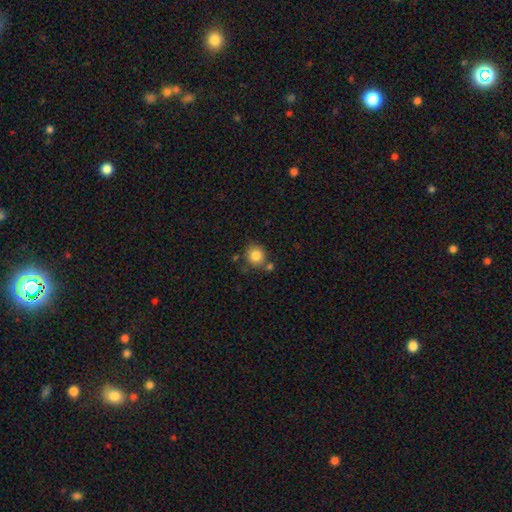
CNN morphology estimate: Smooth or featured? Predicted: smooth (p=0.82). How rounded? Predicted: round (p=0.85). Merging? Predicted: none (p=0.71).